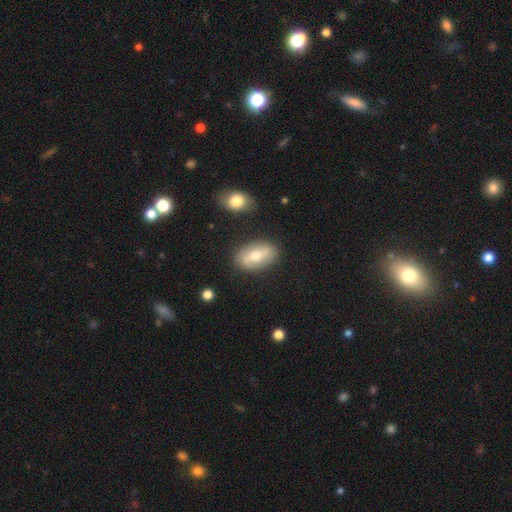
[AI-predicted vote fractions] A smooth galaxy with no disk features (47%, tied with featured or disk). Merging: none (83%).